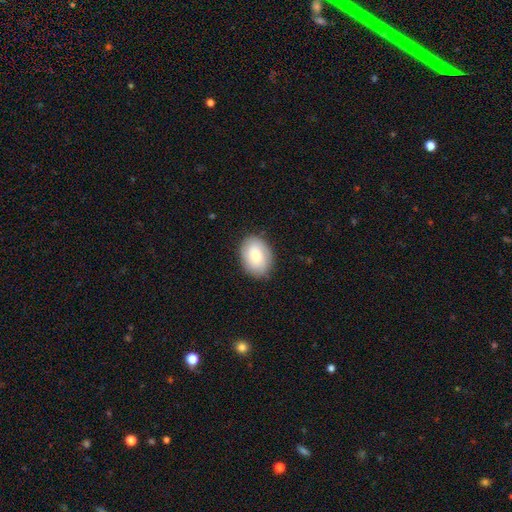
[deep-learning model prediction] Smooth or featured?
  - smooth: 75% *
  - featured or disk: 18%
  - star or artifact: 6%
How rounded?
  - in between: 78% *
  - round: 21%
  - cigar-shaped: 1%
Merging?
  - none: 85% *
  - minor disturbance: 11%
  - major disturbance: 3%
  - merger: 1%